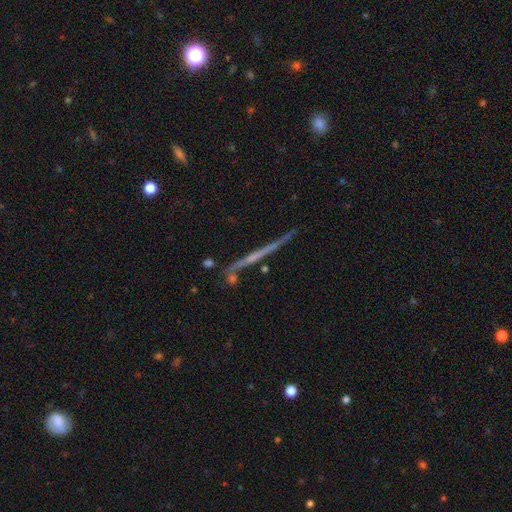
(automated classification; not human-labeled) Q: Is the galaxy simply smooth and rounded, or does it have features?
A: featured or disk — 70%.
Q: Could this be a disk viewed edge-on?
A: yes — 96%.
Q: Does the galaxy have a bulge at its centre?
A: none — 69%.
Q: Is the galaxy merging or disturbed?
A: none — 78%.